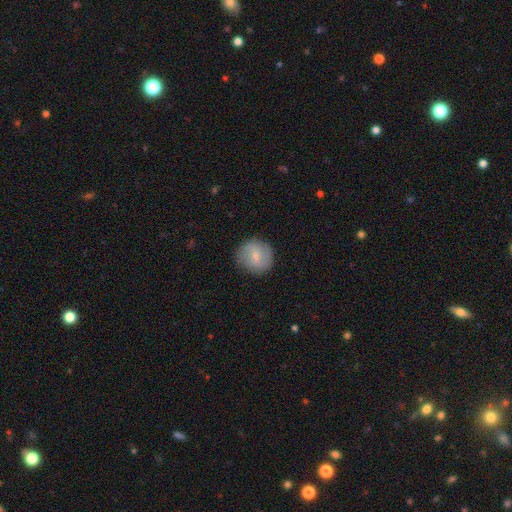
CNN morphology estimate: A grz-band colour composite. It shows a smooth galaxy with no disk features (62%) that is round (90%). Merging: none (83%).